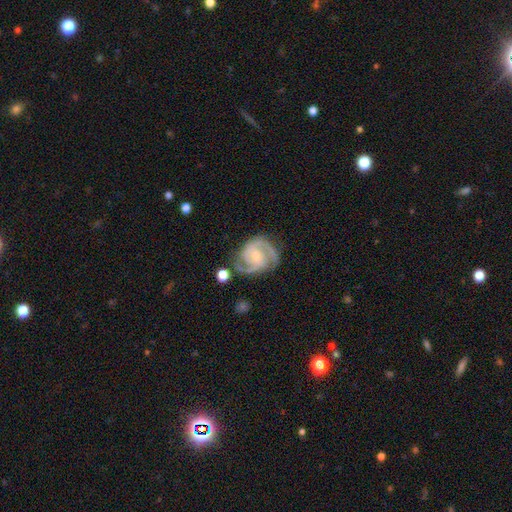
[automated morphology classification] A featured or disk galaxy (91%) with no bar (51%), 2 (55%) tight (50%) spiral arms (98%) and a small central bulge (56%). Merging: none (73%).